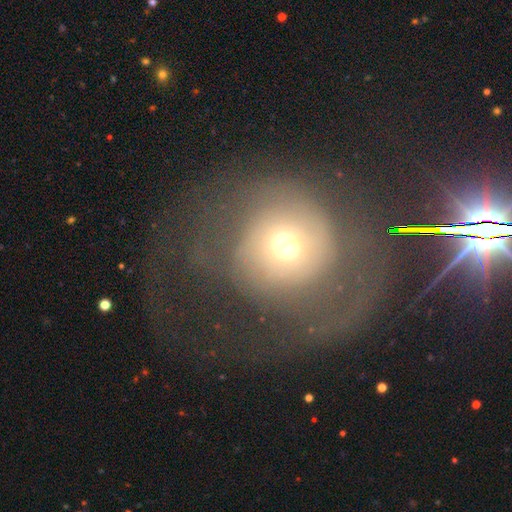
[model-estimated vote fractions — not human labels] This is possibly a smooth galaxy (49%). Merging: marginally none (40%, tied with major disturbance).